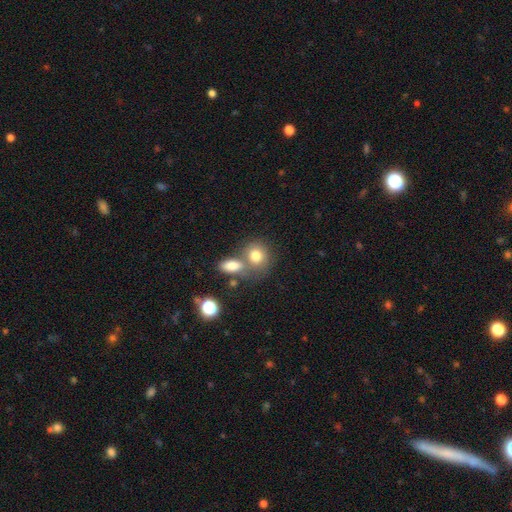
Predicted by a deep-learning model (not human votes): This is likely a smooth galaxy (78%). How rounded: possibly round (58%). Merging: marginally merger (43%).